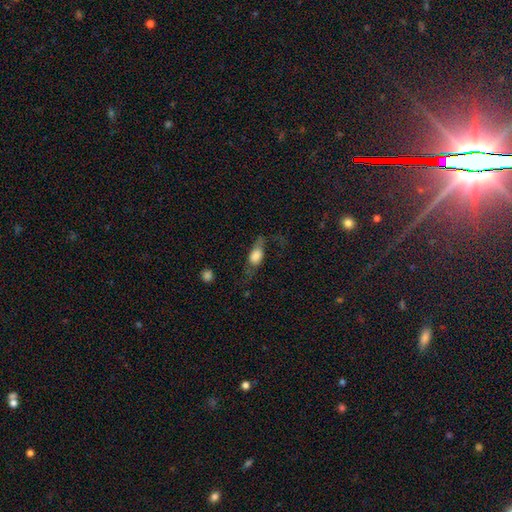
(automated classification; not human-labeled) Smooth or featured? smooth (60%)
How rounded? in between (74%)
Merging? none (44%)